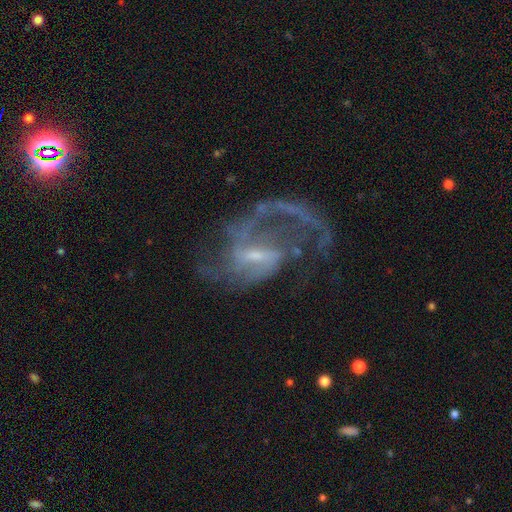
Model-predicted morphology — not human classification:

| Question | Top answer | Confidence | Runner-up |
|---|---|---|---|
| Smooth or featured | featured or disk | 87% | star or artifact (7%) |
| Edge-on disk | no | 97% | yes (3%) |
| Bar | weak | 55% | strong (24%) |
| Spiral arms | yes | 91% | no (9%) |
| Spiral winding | loose | 56% | medium (34%) |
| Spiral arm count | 2 | 45% | 1 (28%) |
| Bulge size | small | 60% | moderate (26%) |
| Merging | major disturbance | 43% | none (38%) |